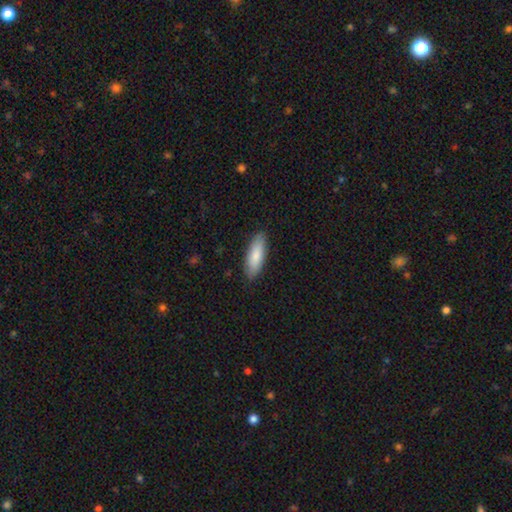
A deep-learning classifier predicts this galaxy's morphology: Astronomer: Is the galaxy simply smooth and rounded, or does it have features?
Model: smooth — 83%.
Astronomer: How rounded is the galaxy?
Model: in between — 60% (runner-up: cigar-shaped, 38%).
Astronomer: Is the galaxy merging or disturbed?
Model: none — 86%.